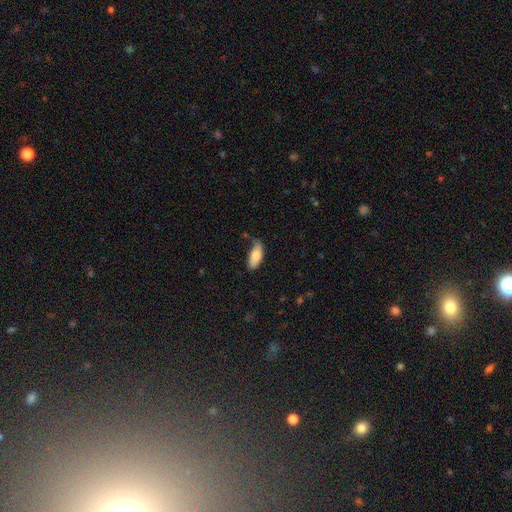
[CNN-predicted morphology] This is likely a smooth galaxy (79%). How rounded: clearly in between (83%). Merging: possibly none (46%).